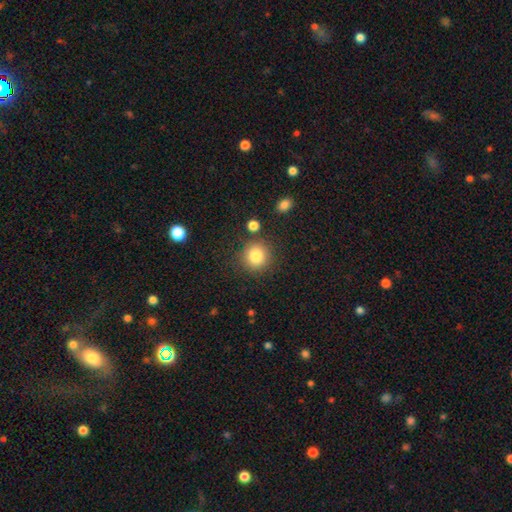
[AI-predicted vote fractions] Smooth or featured: smooth — 83% (star or artifact — 10%)
How rounded: round — 90% (in between — 9%)
Merging: none — 83% (minor disturbance — 9%)